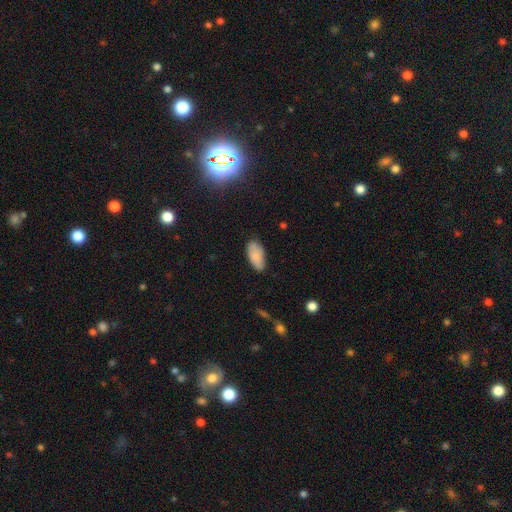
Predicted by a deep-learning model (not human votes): This is clearly a smooth galaxy (84%). How rounded: clearly in between (93%). Merging: likely none (78%).